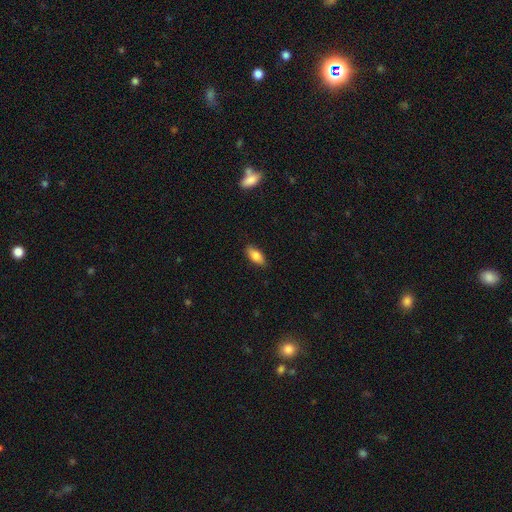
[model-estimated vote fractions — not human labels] Smooth or featured: smooth — 81% (featured or disk — 12%)
How rounded: in between — 84% (cigar-shaped — 13%)
Merging: none — 87% (minor disturbance — 10%)